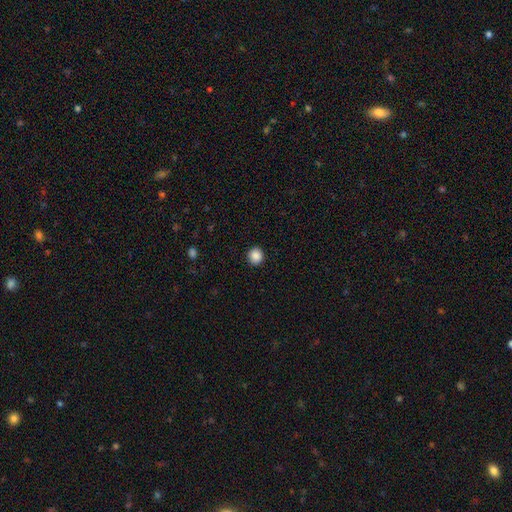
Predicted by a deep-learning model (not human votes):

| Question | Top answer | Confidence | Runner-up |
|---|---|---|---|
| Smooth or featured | smooth | 88% | star or artifact (9%) |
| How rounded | round | 88% | in between (11%) |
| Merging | none | 92% | minor disturbance (6%) |